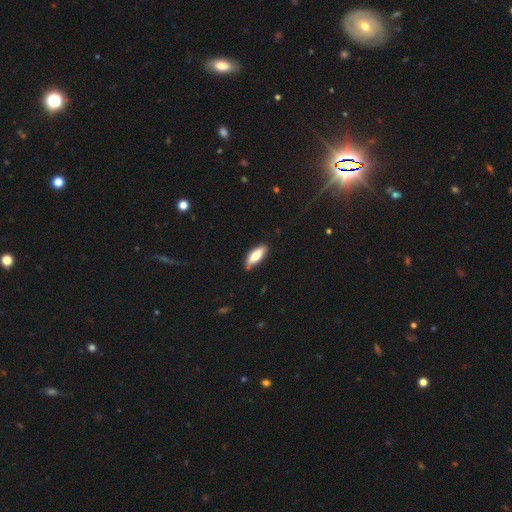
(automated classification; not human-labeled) smooth 76%, featured or disk 18%, star or artifact 6%. Down the decision tree: how rounded — in between (67%); merging — none (80%).